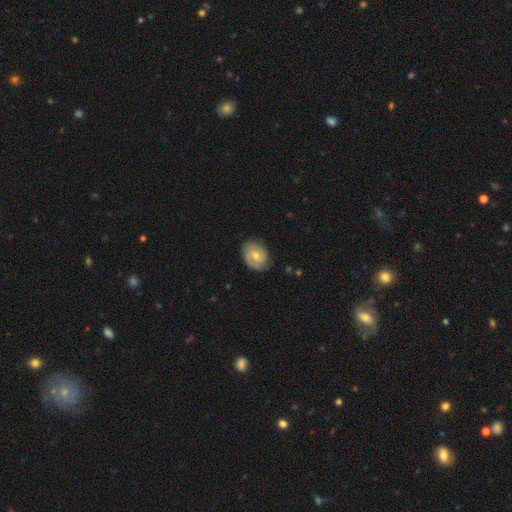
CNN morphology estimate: This is likely a featured or disk galaxy (68%). It is clearly not viewed edge-on (97%). Bar: possibly no (59%). Spiral arm pattern: clearly yes (90%). Spiral arm count: likely 2 (63%). Spiral winding: possibly tight (52%). Central bulge: possibly moderate (56%). Merging: likely none (78%).